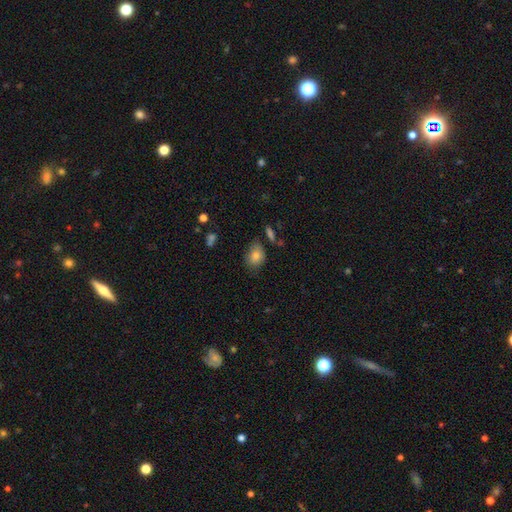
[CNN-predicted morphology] Smooth or featured: smooth — 80% (featured or disk — 10%)
How rounded: in between — 59% (round — 39%)
Merging: none — 65% (minor disturbance — 25%)